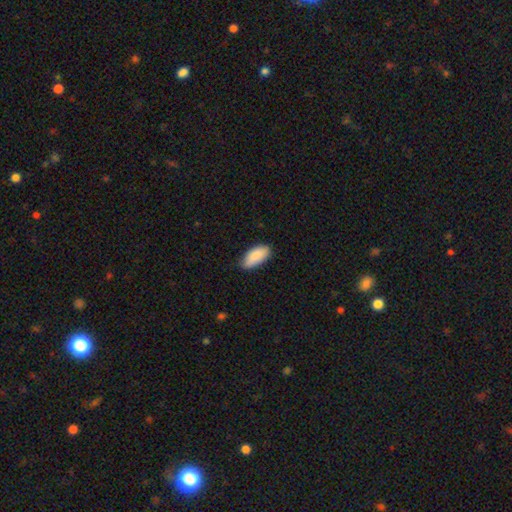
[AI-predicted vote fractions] smooth_or_featured: smooth (p=0.89) [alt: star or artifact p=0.06]
how_rounded: in between (p=0.90) [alt: cigar-shaped p=0.08]
merging: none (p=0.79) [alt: minor disturbance p=0.18]